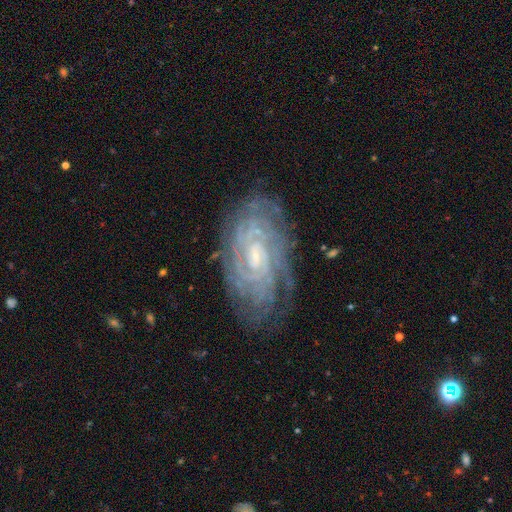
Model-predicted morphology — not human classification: Overall: featured or disk (87%). Edge-on disk: no (96%). Bar: weak (45%; no 42%). Spiral arms: yes (97%). Spiral arm count: can't tell (35%; 4 17%). Spiral winding: tight (81%). Bulge size: small (63%; moderate 27%). Merging: none (77%).